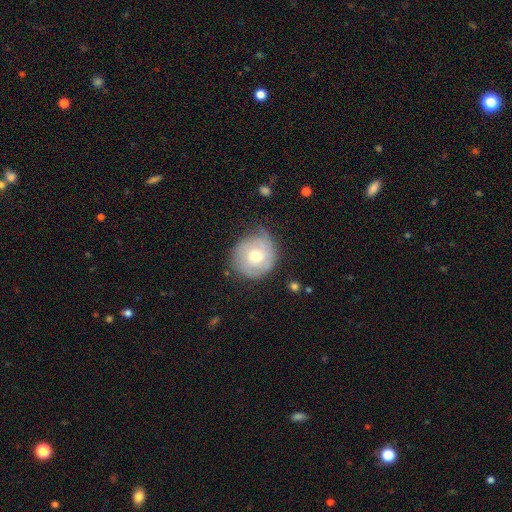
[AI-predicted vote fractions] Smooth or featured? Predicted: featured or disk (p=0.57). Edge-on disk? Predicted: no (p=0.97). Bar? Predicted: no (p=0.74). Spiral arms? Predicted: yes (p=0.80). Bulge size? Predicted: moderate (p=0.68). Merging? Predicted: none (p=0.64).